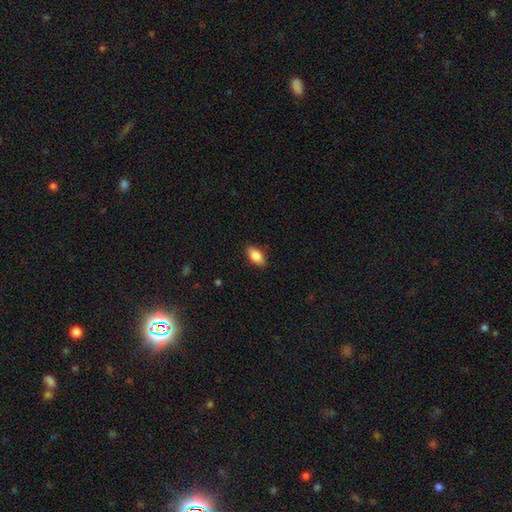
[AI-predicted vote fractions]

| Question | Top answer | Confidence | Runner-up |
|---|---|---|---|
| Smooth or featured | smooth | 83% | featured or disk (10%) |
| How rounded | in between | 89% | cigar-shaped (7%) |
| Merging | none | 88% | minor disturbance (9%) |